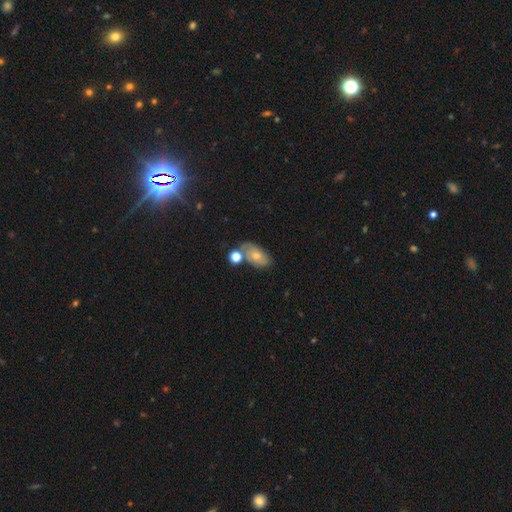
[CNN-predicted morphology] A smooth galaxy with no disk features (49%). Merging: none (47%).